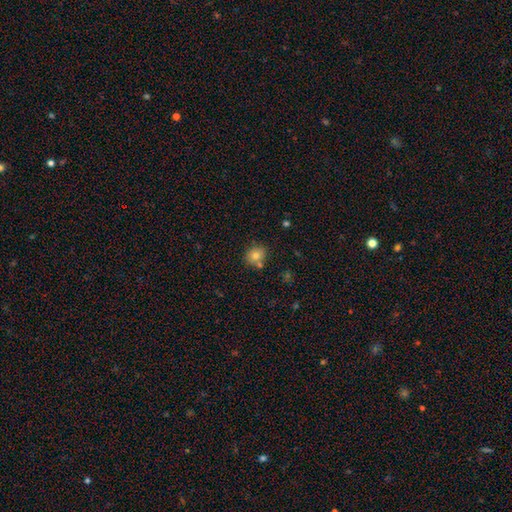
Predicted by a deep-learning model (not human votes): Smooth or featured: smooth — 76% (featured or disk — 12%)
How rounded: round — 72% (in between — 27%)
Merging: none — 70% (merger — 15%)